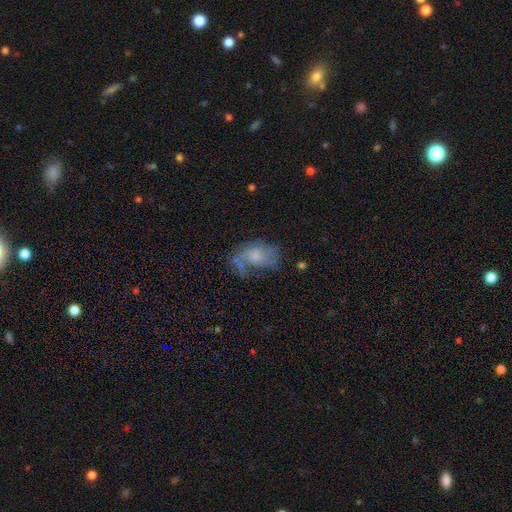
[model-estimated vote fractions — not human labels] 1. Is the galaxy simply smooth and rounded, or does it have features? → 51% featured or disk, 38% smooth, 10% star or artifact.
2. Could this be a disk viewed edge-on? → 96% no, 4% yes.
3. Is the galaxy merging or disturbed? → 41% none, 27% major disturbance, 25% minor disturbance, 6% merger.